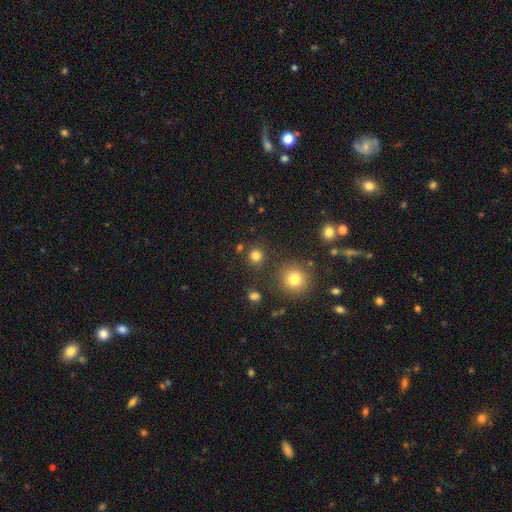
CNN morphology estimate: The model was most divided on "smooth or featured": smooth: 79%, star or artifact: 16%, featured or disk: 5%. More confident: how rounded — round (91%); merging — none (83%).